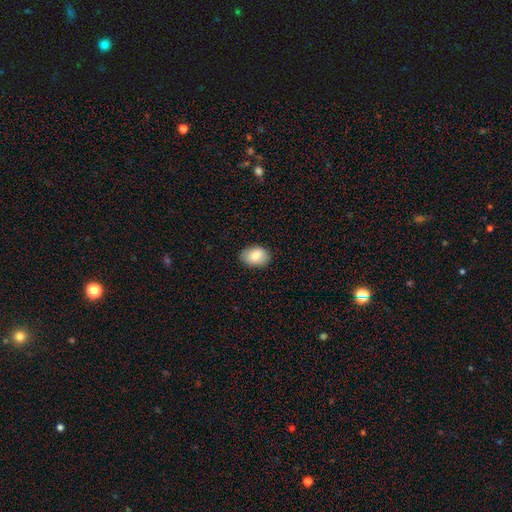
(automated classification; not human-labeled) Morphology: type=smooth (83%); roundness=in between (80%); merging=none (83%).